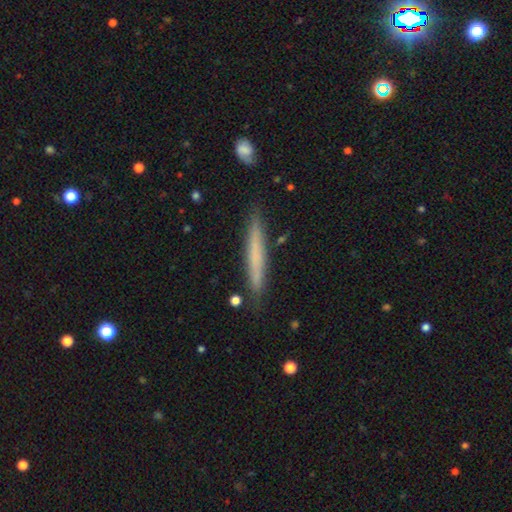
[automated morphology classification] A smooth galaxy with no disk features (61%) that is cigar-shaped (96%). Merging: none (88%).